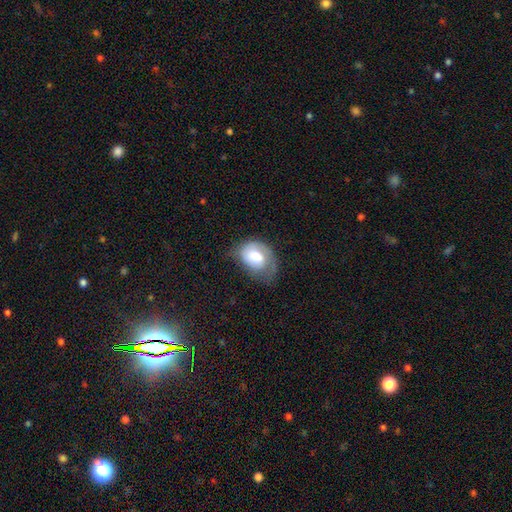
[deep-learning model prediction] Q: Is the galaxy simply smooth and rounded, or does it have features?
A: smooth — 53%.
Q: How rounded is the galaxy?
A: in between — 75%.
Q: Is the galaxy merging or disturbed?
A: none — 35%.